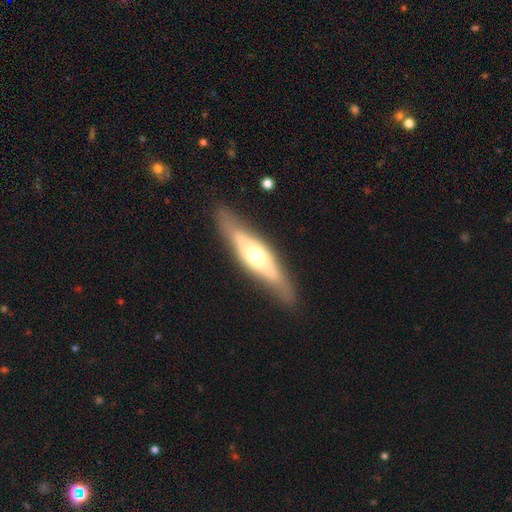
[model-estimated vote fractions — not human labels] Morphology: type=featured or disk (61%); edge-on=yes (83%); edge-on bulge=rounded (90%); merging=none (85%).